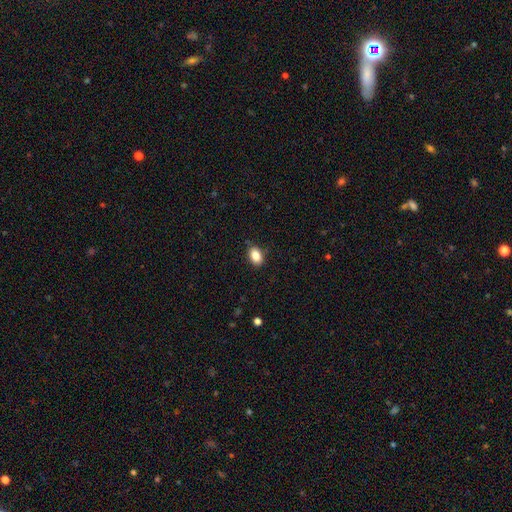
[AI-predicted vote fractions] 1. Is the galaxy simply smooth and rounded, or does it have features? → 86% smooth, 8% star or artifact, 5% featured or disk.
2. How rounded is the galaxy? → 85% in between, 14% round, 2% cigar-shaped.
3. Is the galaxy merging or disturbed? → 84% none, 13% minor disturbance, 2% major disturbance, 1% merger.